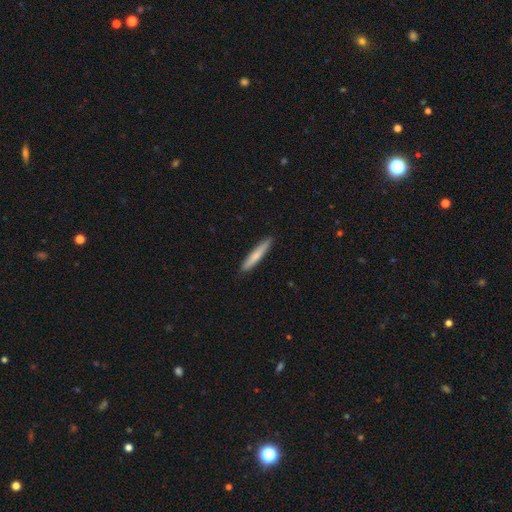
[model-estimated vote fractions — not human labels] Smooth or featured? Predicted: smooth (p=0.73). How rounded? Predicted: cigar-shaped (p=0.94). Merging? Predicted: none (p=0.90).